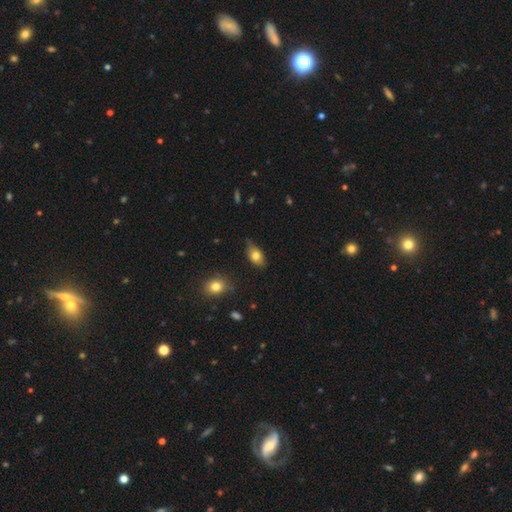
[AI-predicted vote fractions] smooth_or_featured: smooth (p=0.77) [alt: featured or disk p=0.15]
how_rounded: in between (p=0.86) [alt: round p=0.09]
merging: none (p=0.61) [alt: minor disturbance p=0.32]